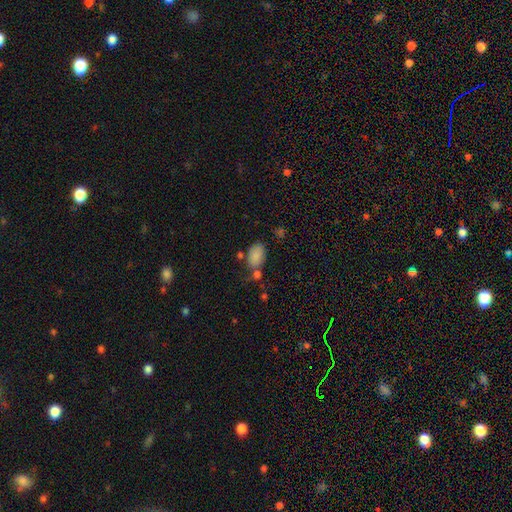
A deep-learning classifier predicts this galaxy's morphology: smooth-or-featured: smooth: 84% | star or artifact: 9% | featured or disk: 7%
  how-rounded: in between: 90% | round: 8% | cigar-shaped: 1%
  merging: none: 59% | minor disturbance: 19% | merger: 15% | major disturbance: 7%